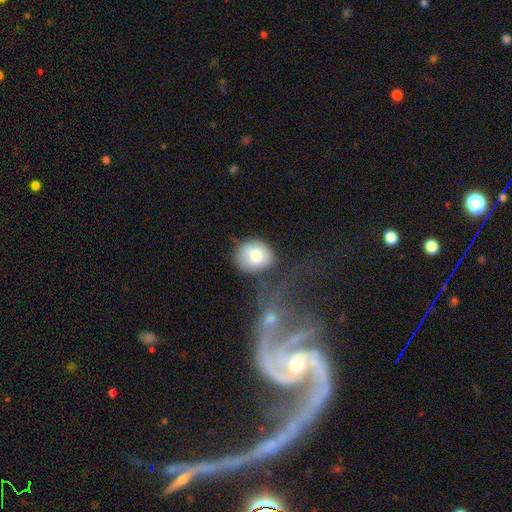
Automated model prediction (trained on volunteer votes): This is likely a smooth galaxy (73%). How rounded: likely round (68%). Merging: likely none (67%).